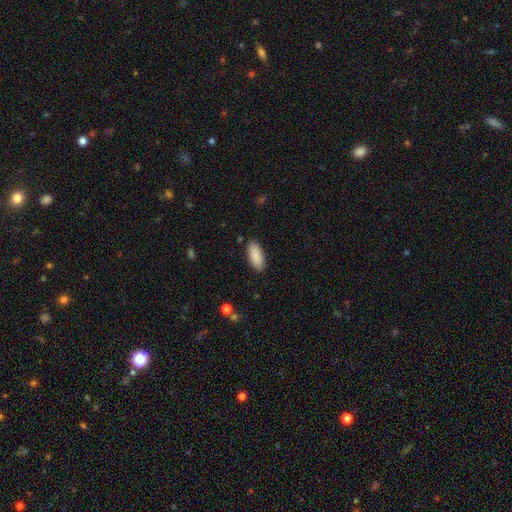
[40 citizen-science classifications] This appears to be a smooth galaxy with no disk features (98%) that is in between round and cigar-shaped (69%). Merging: none (92%).